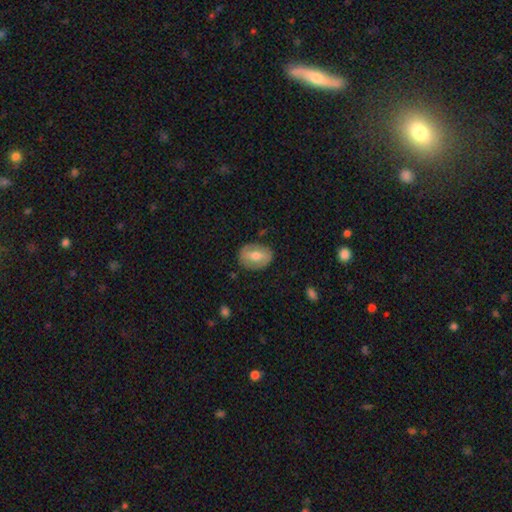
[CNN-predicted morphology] Smooth or featured? smooth (56%)
How rounded? in between (73%)
Merging? none (81%)